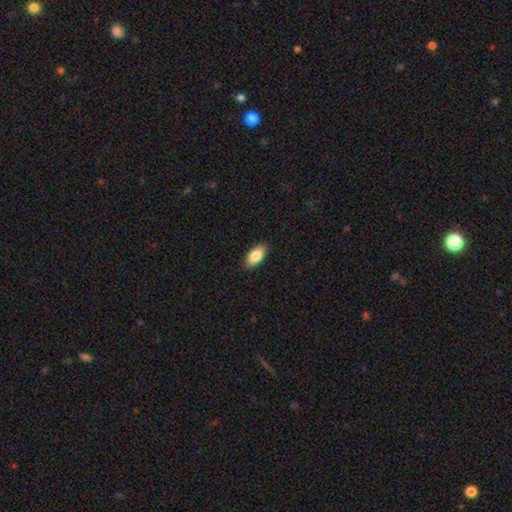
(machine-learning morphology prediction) Smooth or featured?
  - smooth: 85% *
  - featured or disk: 8%
  - star or artifact: 7%
How rounded?
  - in between: 93% *
  - cigar-shaped: 3%
  - round: 3%
Merging?
  - none: 88% *
  - minor disturbance: 9%
  - major disturbance: 2%
  - merger: 1%